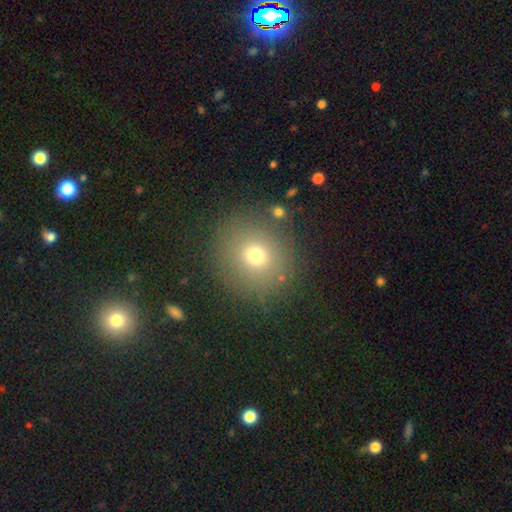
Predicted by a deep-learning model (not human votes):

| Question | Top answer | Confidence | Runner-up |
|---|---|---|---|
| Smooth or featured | smooth | 71% | star or artifact (17%) |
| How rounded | round | 89% | in between (10%) |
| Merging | none | 85% | minor disturbance (9%) |